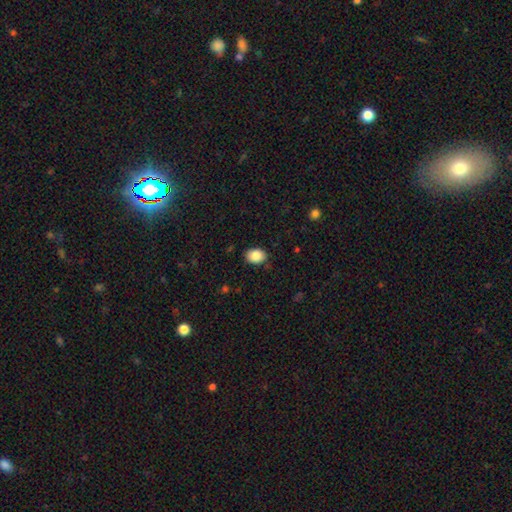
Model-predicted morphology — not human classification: smooth 86%, star or artifact 8%, featured or disk 5%. Down the decision tree: how rounded — in between (66%); merging — none (87%).